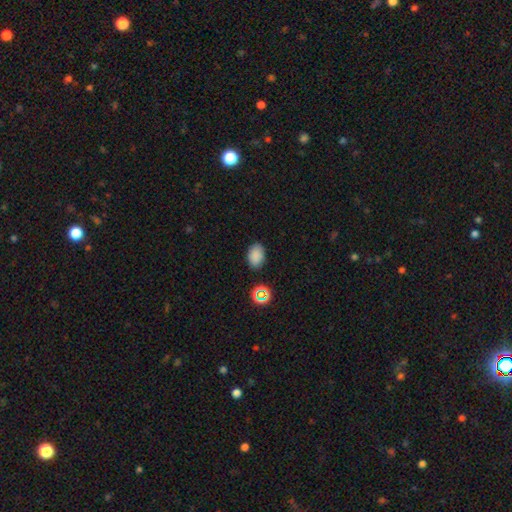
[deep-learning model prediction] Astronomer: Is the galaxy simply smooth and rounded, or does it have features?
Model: smooth — 84%.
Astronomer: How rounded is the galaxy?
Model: in between — 83%.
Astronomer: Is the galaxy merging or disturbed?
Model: none — 84%.